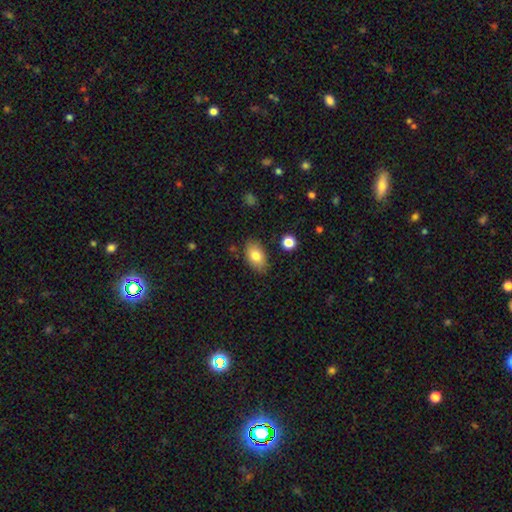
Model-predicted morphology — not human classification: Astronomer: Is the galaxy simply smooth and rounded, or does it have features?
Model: smooth — 80%.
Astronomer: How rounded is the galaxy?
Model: in between — 91%.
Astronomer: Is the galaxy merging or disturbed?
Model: none — 83%.